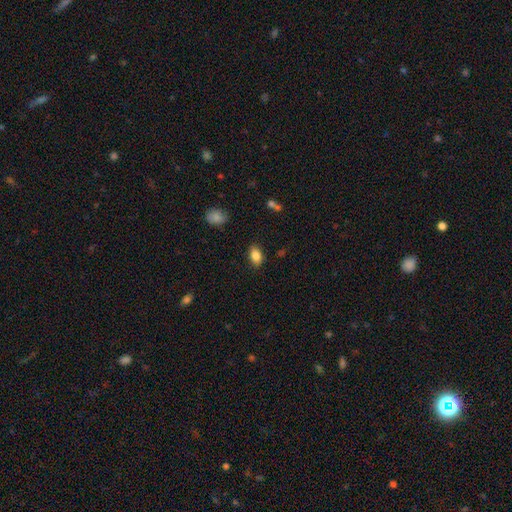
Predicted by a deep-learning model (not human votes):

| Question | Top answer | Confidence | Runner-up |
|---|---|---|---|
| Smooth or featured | smooth | 85% | star or artifact (8%) |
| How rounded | in between | 87% | round (11%) |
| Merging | none | 85% | minor disturbance (11%) |